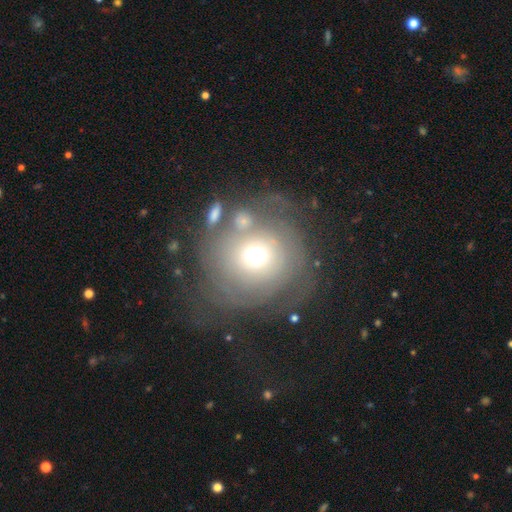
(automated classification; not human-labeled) This appears to be a smooth galaxy with no disk features (45%). Merging: none (43%).